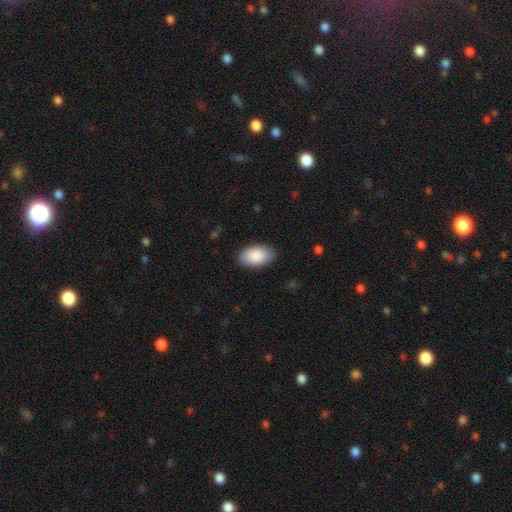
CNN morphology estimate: Smooth or featured: smooth — 90% (star or artifact — 6%)
How rounded: in between — 95% (round — 4%)
Merging: none — 87% (minor disturbance — 10%)